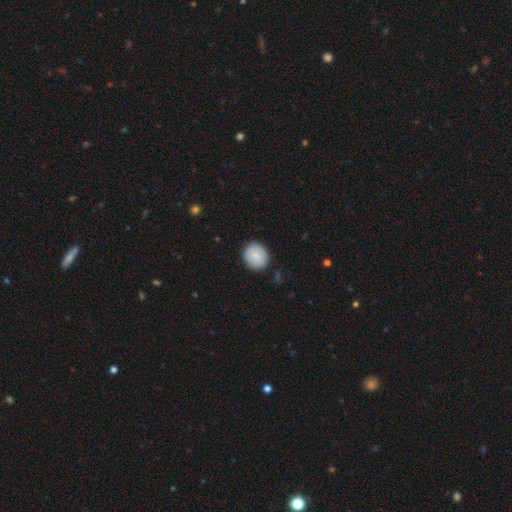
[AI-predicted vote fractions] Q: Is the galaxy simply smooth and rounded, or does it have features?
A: smooth — 86%.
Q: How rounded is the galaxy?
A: round — 73%.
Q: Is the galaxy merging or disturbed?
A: none — 88%.